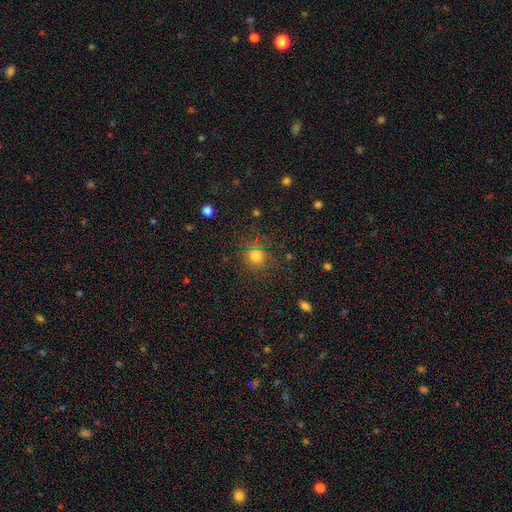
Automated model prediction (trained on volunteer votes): Smooth or featured: smooth — 74% (star or artifact — 19%)
How rounded: round — 88% (in between — 11%)
Merging: none — 82% (minor disturbance — 11%)